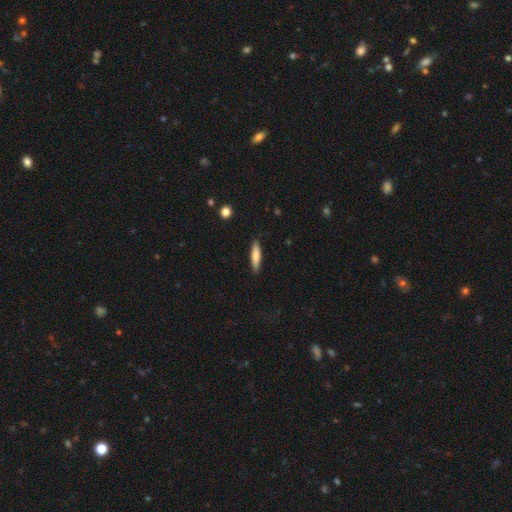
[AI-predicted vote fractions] Overall: smooth (74%). How rounded: cigar-shaped (82%). Merging: none (88%).